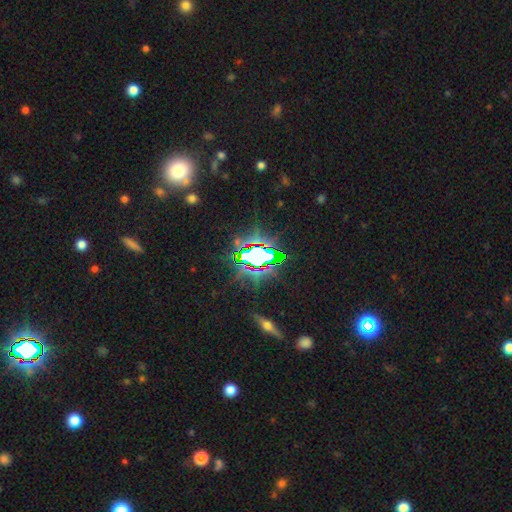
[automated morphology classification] Q: Smooth or featured?
A: star or artifact (74%); runner-up: smooth (13%)